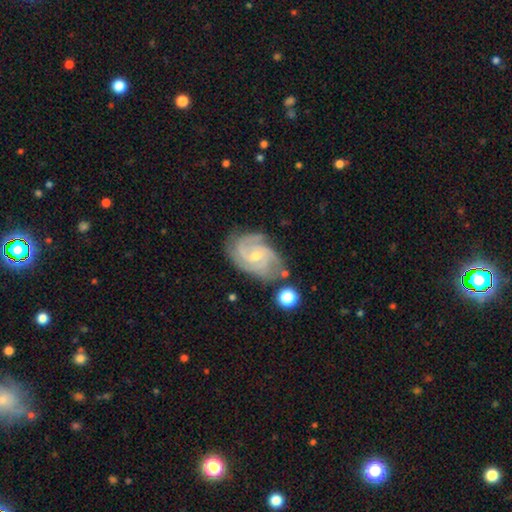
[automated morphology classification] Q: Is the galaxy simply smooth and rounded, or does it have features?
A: featured or disk — 88%.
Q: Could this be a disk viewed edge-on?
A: no — 97%.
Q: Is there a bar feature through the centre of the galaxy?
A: no — 56%.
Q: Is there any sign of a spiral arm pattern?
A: yes — 98%.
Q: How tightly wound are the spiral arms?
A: tight — 56%.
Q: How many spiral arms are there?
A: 3 — 46%.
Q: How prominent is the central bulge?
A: small — 63%.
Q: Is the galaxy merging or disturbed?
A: none — 70%.